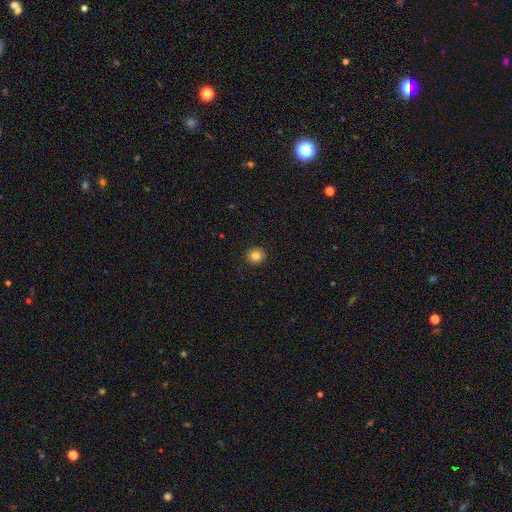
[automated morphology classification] Q: Smooth or featured?
A: smooth (83%); runner-up: star or artifact (11%)
Q: How rounded?
A: round (91%); runner-up: in between (9%)
Q: Merging?
A: none (92%); runner-up: minor disturbance (5%)